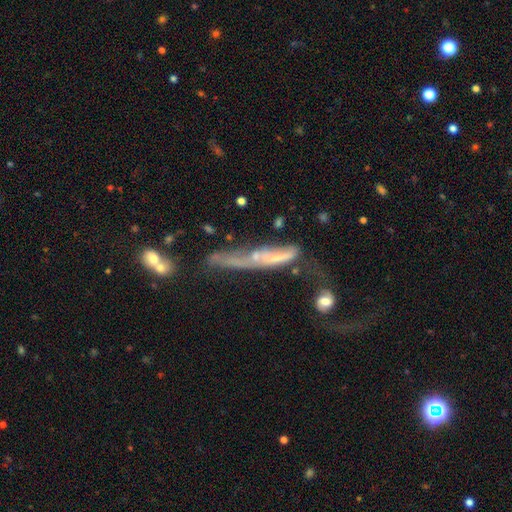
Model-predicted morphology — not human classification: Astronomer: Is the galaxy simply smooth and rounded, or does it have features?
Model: featured or disk — 53% (runner-up: smooth, 36%).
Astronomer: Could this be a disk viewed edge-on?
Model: yes — 55% (runner-up: no, 45%).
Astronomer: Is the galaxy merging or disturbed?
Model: major disturbance — 31% (runner-up: merger, 28%).